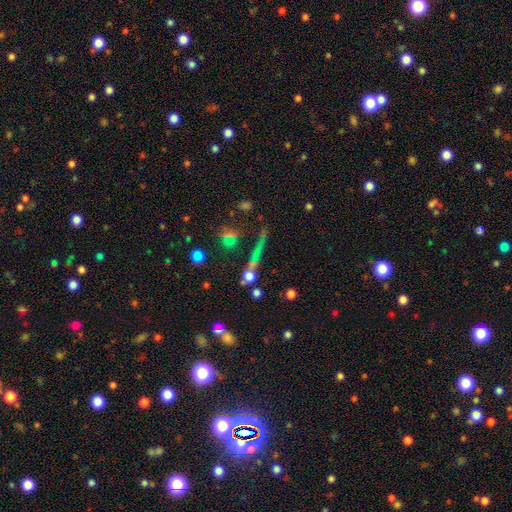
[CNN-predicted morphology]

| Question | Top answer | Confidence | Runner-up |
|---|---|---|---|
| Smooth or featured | smooth | 37% | star or artifact (35%) |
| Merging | none | 62% | merger (18%) |